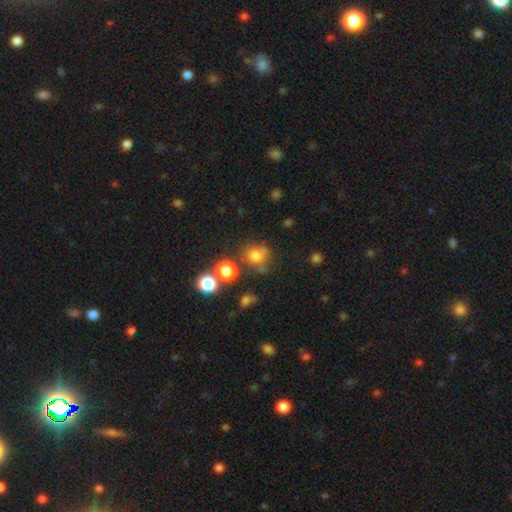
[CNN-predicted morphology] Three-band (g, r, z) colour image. It shows a smooth galaxy with no disk features (74%) that is round (80%). Merging: none (63%).